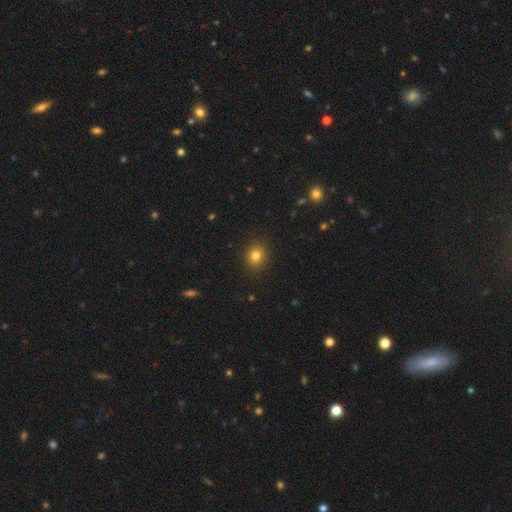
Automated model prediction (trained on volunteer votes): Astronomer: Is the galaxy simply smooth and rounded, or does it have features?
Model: smooth — 80%.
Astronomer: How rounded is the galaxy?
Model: round — 70%.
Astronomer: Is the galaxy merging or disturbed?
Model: none — 89%.